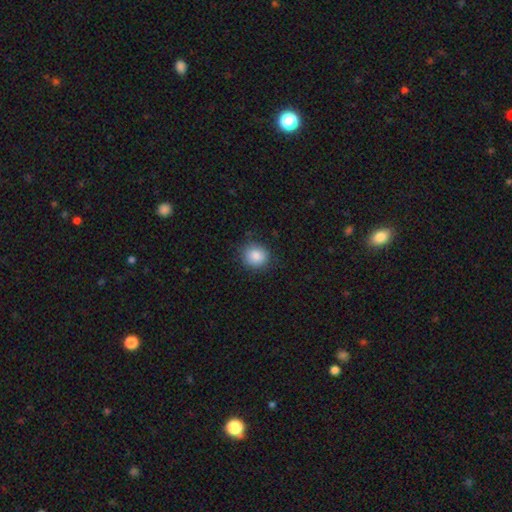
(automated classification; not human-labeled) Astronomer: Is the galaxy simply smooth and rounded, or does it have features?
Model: smooth — 86%.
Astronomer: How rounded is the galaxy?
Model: round — 83%.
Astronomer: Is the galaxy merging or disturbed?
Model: none — 85%.